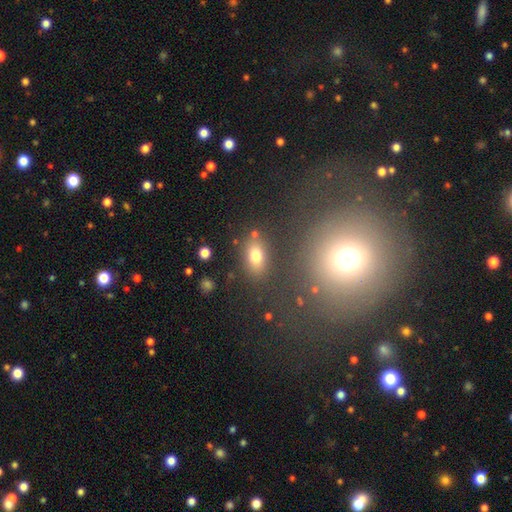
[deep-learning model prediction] This appears to be a smooth galaxy with no disk features (76%) that is in between round and cigar-shaped (79%). Merging: none (78%).